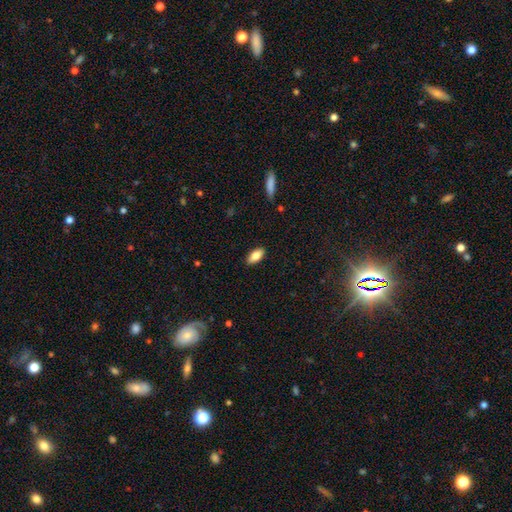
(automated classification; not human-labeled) Smooth or featured? smooth (82%)
How rounded? in between (90%)
Merging? none (89%)